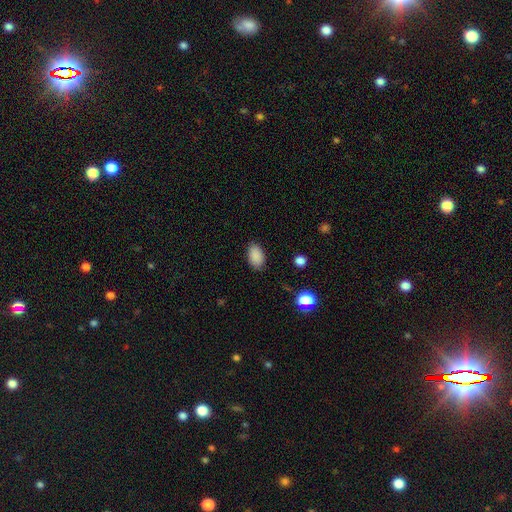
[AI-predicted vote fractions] Smooth or featured?
  - smooth: 88% *
  - star or artifact: 9%
  - featured or disk: 3%
How rounded?
  - in between: 92% *
  - round: 6%
  - cigar-shaped: 1%
Merging?
  - none: 87% *
  - minor disturbance: 10%
  - major disturbance: 3%
  - merger: 1%